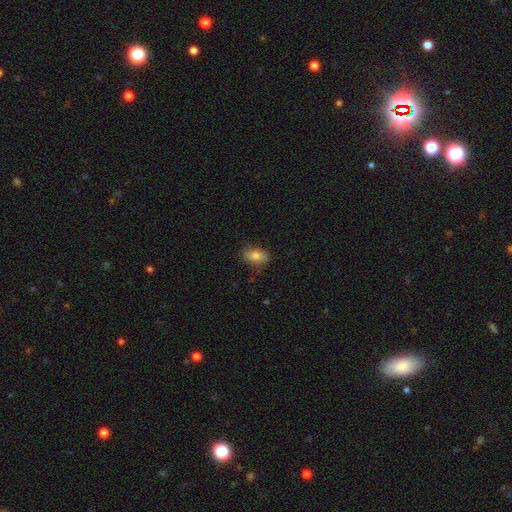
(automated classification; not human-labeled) The model was most divided on "merging": none: 74%, minor disturbance: 21%, major disturbance: 5%, merger: 1%. More confident: how rounded — in between (88%); smooth or featured — smooth (79%).